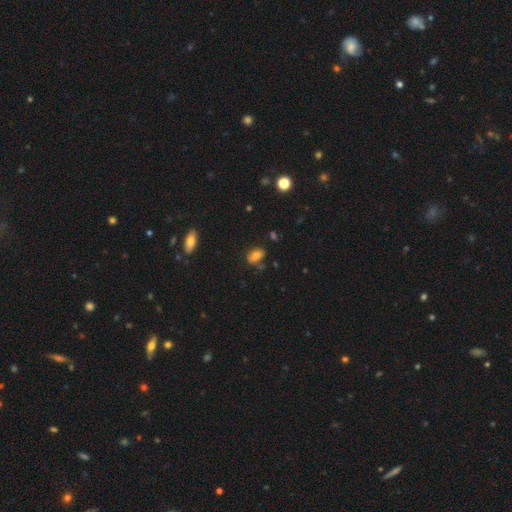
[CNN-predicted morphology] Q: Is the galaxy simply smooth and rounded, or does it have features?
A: smooth — 77%.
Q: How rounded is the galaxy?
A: in between — 87%.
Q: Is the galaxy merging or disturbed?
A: none — 67%.